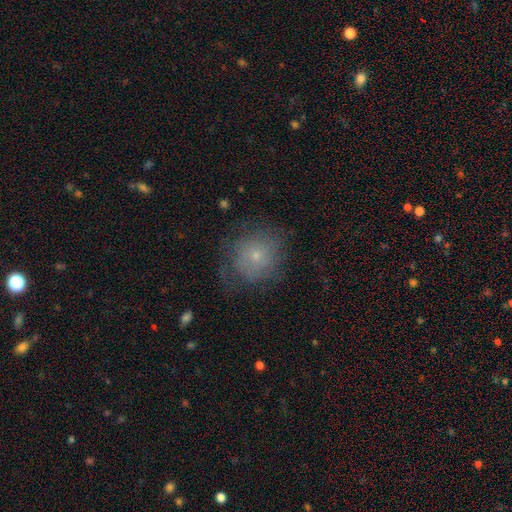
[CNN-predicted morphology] type=smooth (58%); roundness=round (81%); merging=none (65%).